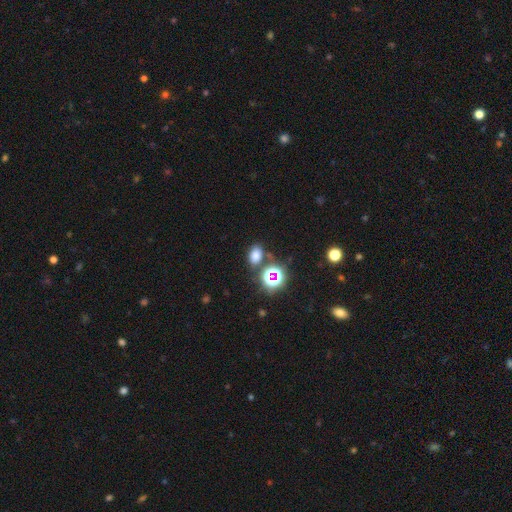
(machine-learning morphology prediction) smooth-or-featured: smooth: 69% | star or artifact: 24% | featured or disk: 7%
  how-rounded: in between: 72% | round: 27% | cigar-shaped: 1%
  merging: none: 74% | minor disturbance: 12% | merger: 10% | major disturbance: 4%